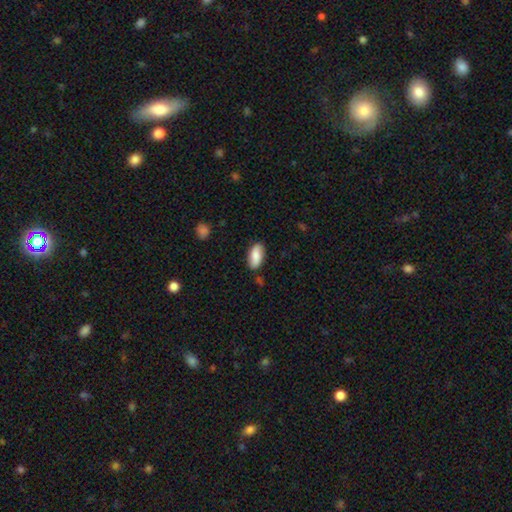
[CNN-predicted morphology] Smooth or featured? Predicted: smooth (p=0.79). How rounded? Predicted: in between (p=0.90). Merging? Predicted: none (p=0.83).